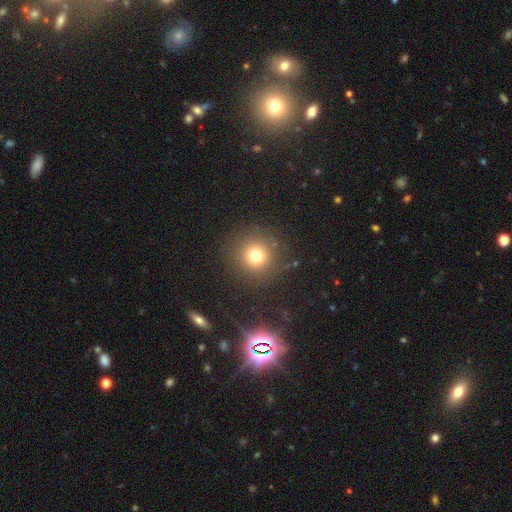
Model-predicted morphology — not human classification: This appears to be a smooth galaxy with no disk features (73%) that is round (94%). Merging: none (85%).